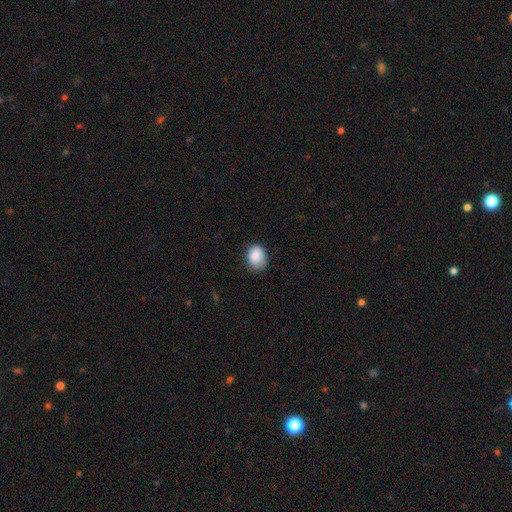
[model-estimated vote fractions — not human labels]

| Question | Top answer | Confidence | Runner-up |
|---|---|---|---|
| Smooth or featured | smooth | 88% | star or artifact (8%) |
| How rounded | in between | 55% | round (44%) |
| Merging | none | 72% | minor disturbance (23%) |